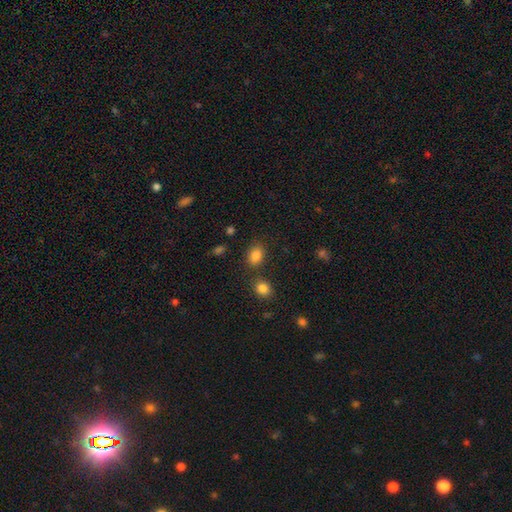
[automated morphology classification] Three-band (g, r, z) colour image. It shows a smooth galaxy with no disk features (85%) that is in between round and cigar-shaped (69%). Merging: none (77%).